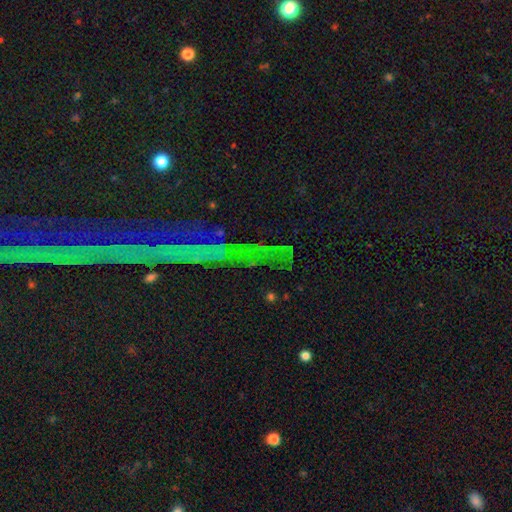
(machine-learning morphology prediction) This appears to be a star or artifact, not a galaxy (67%).